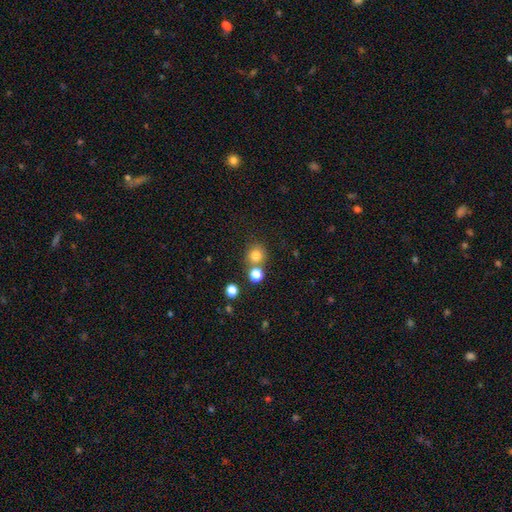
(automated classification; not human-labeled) smooth-or-featured: smooth: 79% | star or artifact: 15% | featured or disk: 7%
  how-rounded: round: 90% | in between: 9% | cigar-shaped: 1%
  merging: none: 69% | merger: 20% | minor disturbance: 8% | major disturbance: 3%